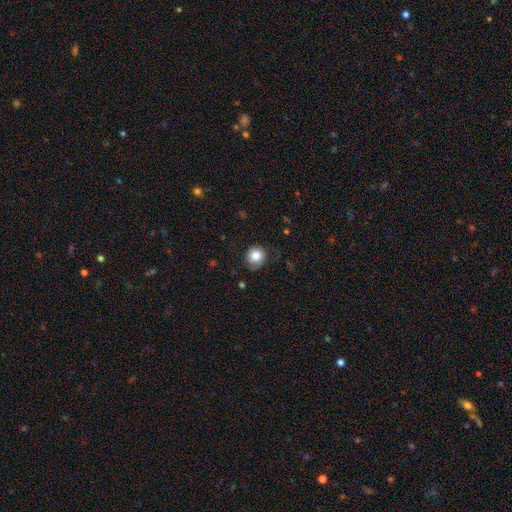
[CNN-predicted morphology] smooth 83%, star or artifact 10%, featured or disk 7%. Down the decision tree: how rounded — round (88%); merging — none (76%).